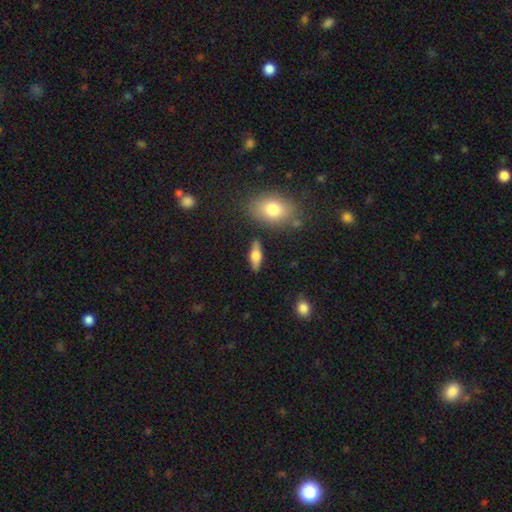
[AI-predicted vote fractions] featured or disk 50%, smooth 43%, star or artifact 7%. Down the decision tree: edge-on disk — yes (90%); merging — none (84%).